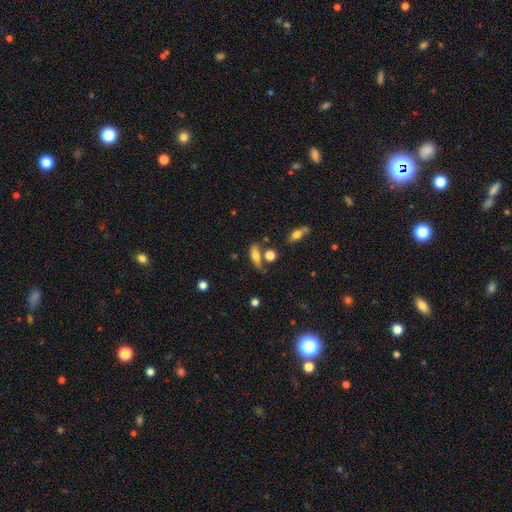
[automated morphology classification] The model was most divided on "how rounded": in between: 54%, cigar-shaped: 41%, round: 5%. More confident: smooth or featured — smooth (64%); merging — none (56%).